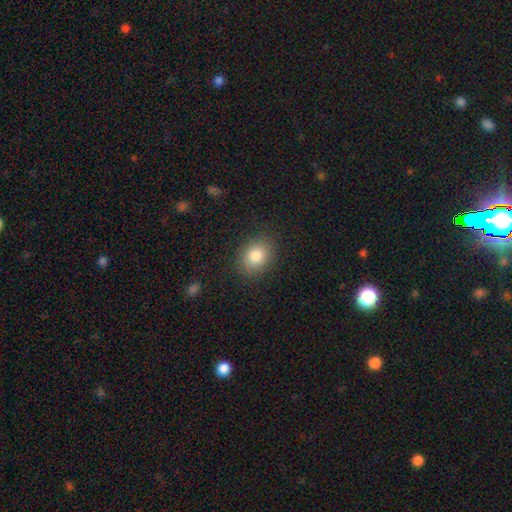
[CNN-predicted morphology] Overall: smooth (82%). How rounded: in between (54%; round 45%). Merging: none (86%).